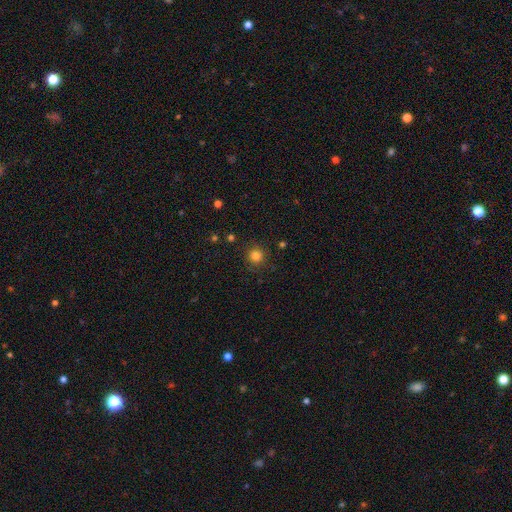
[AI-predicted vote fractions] This is clearly a smooth galaxy (82%). How rounded: clearly round (94%). Merging: clearly none (89%).